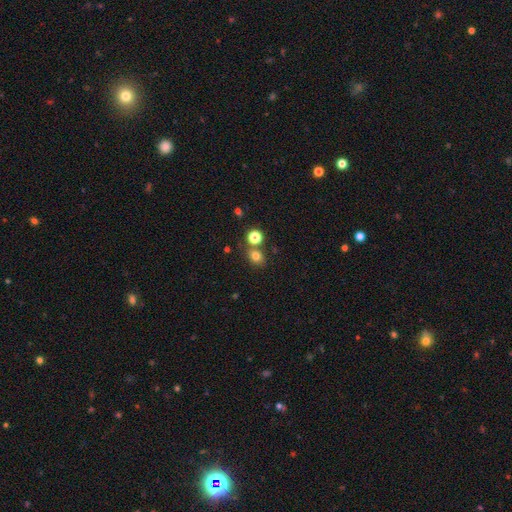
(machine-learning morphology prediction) Smooth or featured?
  - smooth: 77% *
  - star or artifact: 16%
  - featured or disk: 6%
How rounded?
  - round: 67% *
  - in between: 32%
  - cigar-shaped: 1%
Merging?
  - none: 68% *
  - merger: 19%
  - minor disturbance: 10%
  - major disturbance: 4%